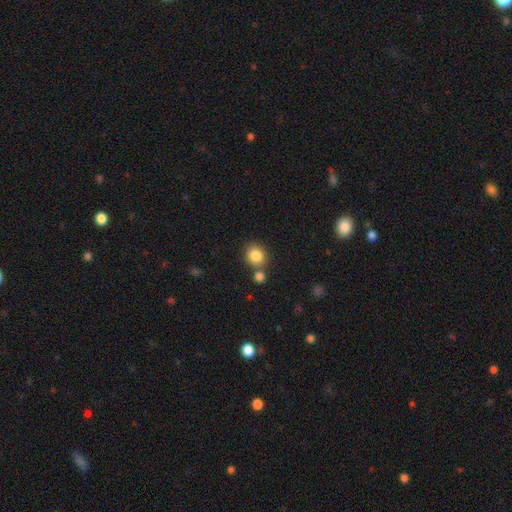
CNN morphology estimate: smooth-or-featured: smooth: 85% | star or artifact: 9% | featured or disk: 6%
  how-rounded: round: 80% | in between: 20% | cigar-shaped: 1%
  merging: none: 68% | merger: 19% | minor disturbance: 9% | major disturbance: 3%